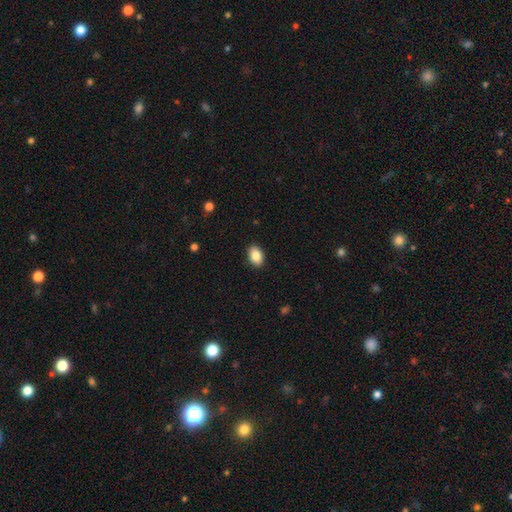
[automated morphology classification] This is clearly a smooth galaxy (86%). How rounded: clearly in between (87%). Merging: clearly none (90%).